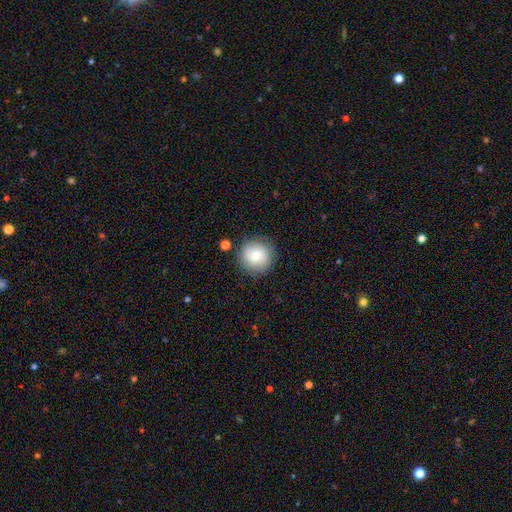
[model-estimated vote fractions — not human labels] Smooth or featured: smooth — 76% (featured or disk — 15%)
How rounded: round — 94% (in between — 5%)
Merging: none — 85% (minor disturbance — 10%)